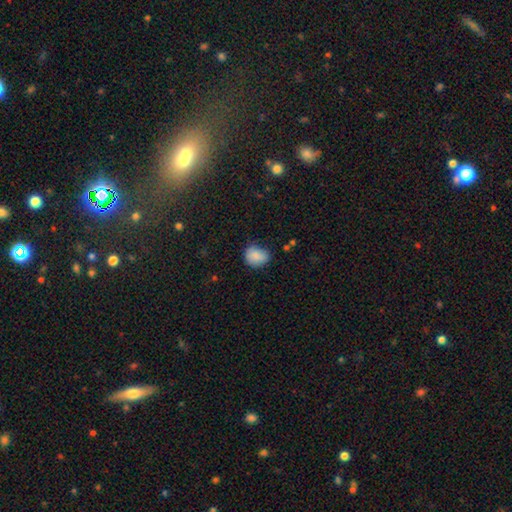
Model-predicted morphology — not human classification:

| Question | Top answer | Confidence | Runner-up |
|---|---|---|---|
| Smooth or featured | smooth | 85% | star or artifact (8%) |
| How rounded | round | 60% | in between (39%) |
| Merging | none | 63% | minor disturbance (29%) |